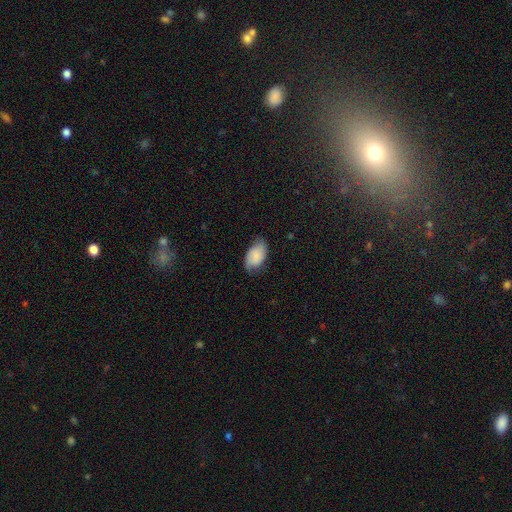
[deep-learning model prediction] Morphology: type=smooth (76%); roundness=in between (94%); merging=none (67%).